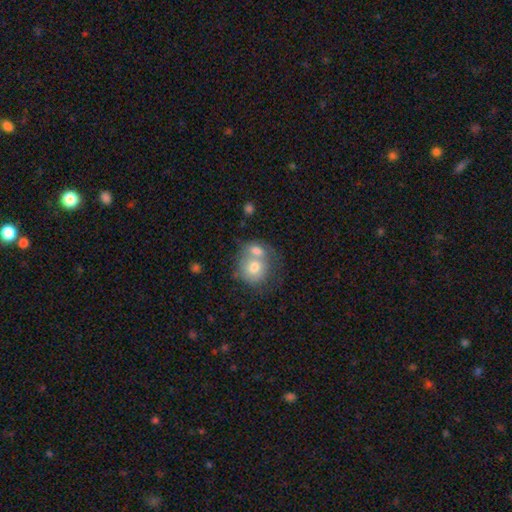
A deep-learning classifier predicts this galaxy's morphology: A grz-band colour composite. It shows a smooth galaxy with no disk features (68%) that is round (76%). Merging: merger (64%).